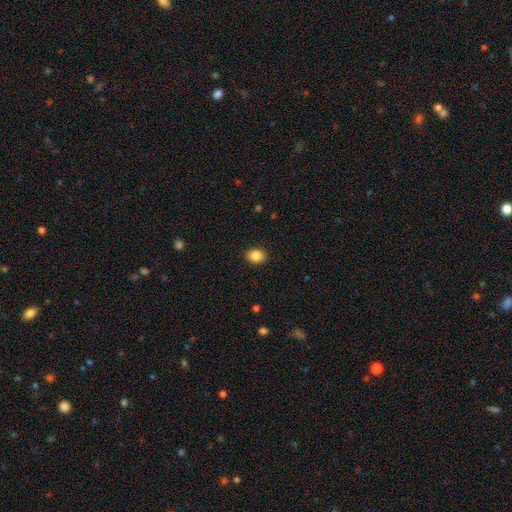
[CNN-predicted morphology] Q: Smooth or featured?
A: smooth (86%); runner-up: star or artifact (9%)
Q: How rounded?
A: in between (53%); runner-up: round (46%)
Q: Merging?
A: none (90%); runner-up: minor disturbance (7%)